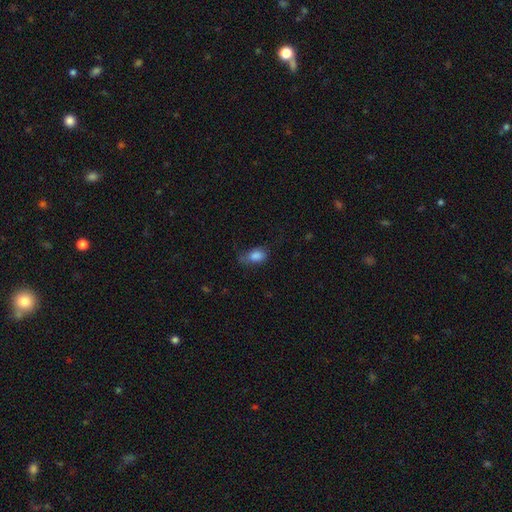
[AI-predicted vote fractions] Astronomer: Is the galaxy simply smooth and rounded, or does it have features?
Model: smooth — 83%.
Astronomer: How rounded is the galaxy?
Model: in between — 82%.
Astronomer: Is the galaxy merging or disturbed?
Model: none — 44% (runner-up: minor disturbance, 35%).